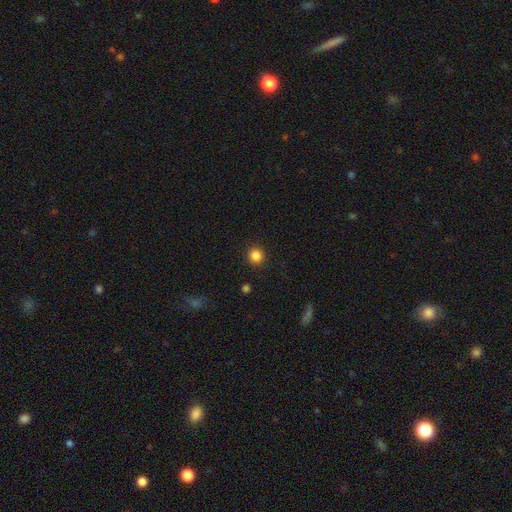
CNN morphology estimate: smooth_or_featured: smooth (p=0.85) [alt: star or artifact p=0.11]
how_rounded: round (p=0.93) [alt: in between p=0.06]
merging: none (p=0.92) [alt: minor disturbance p=0.05]